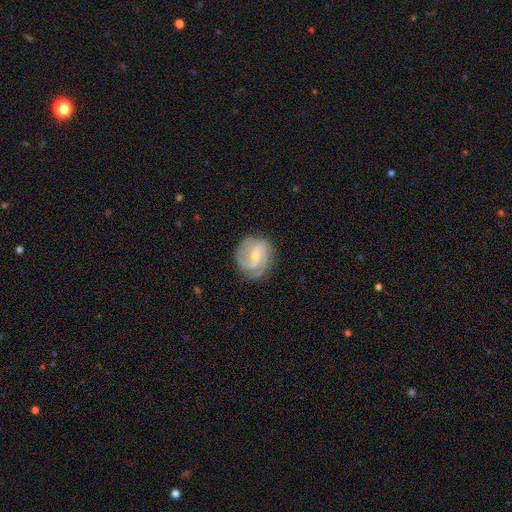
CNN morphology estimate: Smooth or featured? featured or disk (81%)
Edge-on disk? no (97%)
Bar? weak (52%)
Spiral arms? yes (94%)
Spiral winding? medium (44%)
Spiral arm count? 2 (49%)
Bulge size? small (56%)
Merging? none (74%)